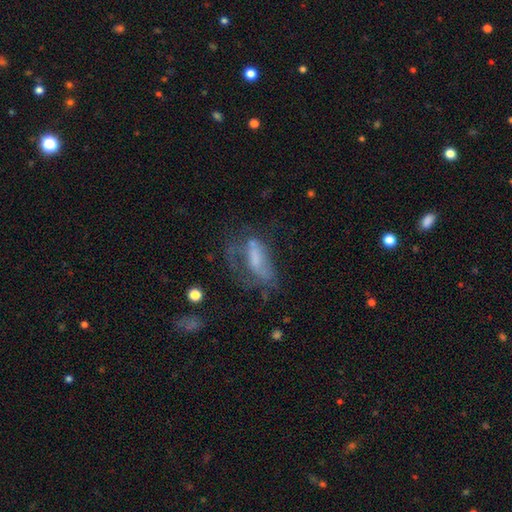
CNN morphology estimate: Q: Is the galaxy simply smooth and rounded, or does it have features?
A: featured or disk — 49%.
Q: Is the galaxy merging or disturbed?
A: major disturbance — 40%.